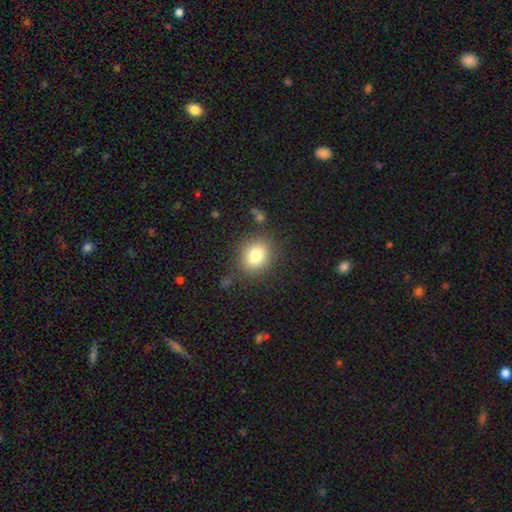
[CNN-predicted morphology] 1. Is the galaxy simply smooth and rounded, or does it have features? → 81% smooth, 10% star or artifact, 9% featured or disk.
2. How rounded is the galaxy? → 63% round, 36% in between, 1% cigar-shaped.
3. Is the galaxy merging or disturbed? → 82% none, 11% minor disturbance, 4% major disturbance, 3% merger.